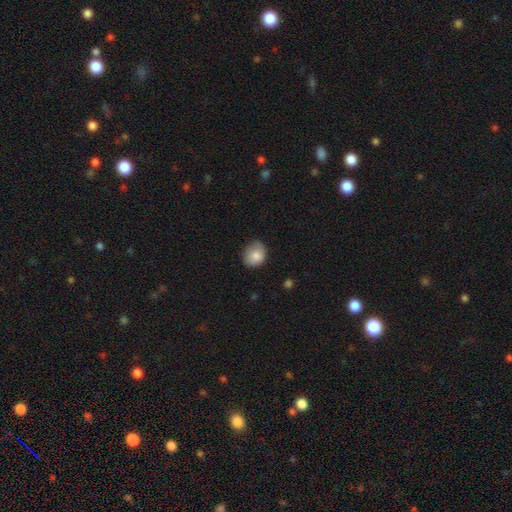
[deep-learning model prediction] Smooth or featured? Predicted: smooth (p=0.83). How rounded? Predicted: round (p=0.54). Merging? Predicted: none (p=0.65).